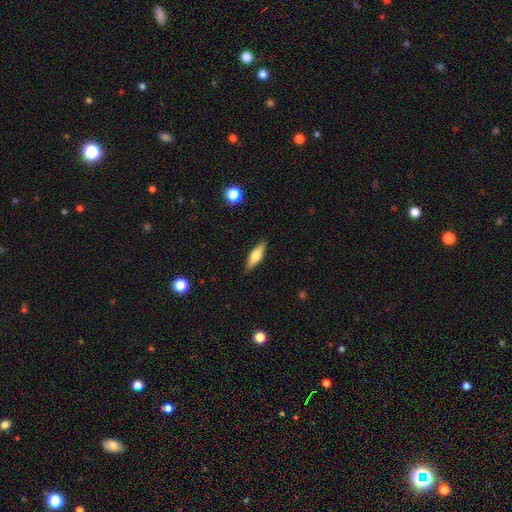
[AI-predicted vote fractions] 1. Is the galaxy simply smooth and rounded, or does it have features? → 64% smooth, 29% featured or disk, 7% star or artifact.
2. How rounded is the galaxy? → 56% cigar-shaped, 42% in between, 2% round.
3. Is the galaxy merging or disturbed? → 87% none, 10% minor disturbance, 2% major disturbance, 1% merger.